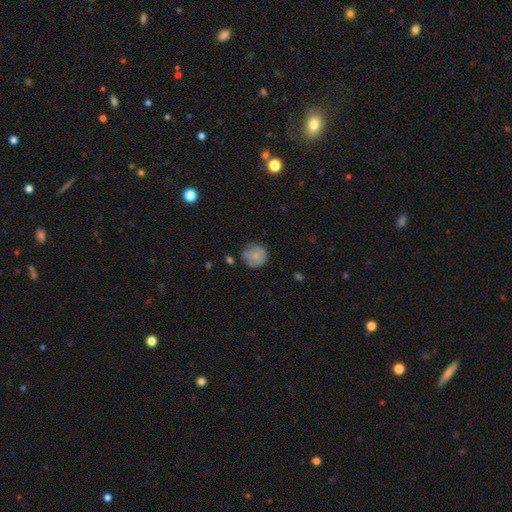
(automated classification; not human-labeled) Q: Smooth or featured?
A: smooth (70%); runner-up: featured or disk (22%)
Q: How rounded?
A: round (88%); runner-up: in between (11%)
Q: Merging?
A: none (64%); runner-up: minor disturbance (24%)